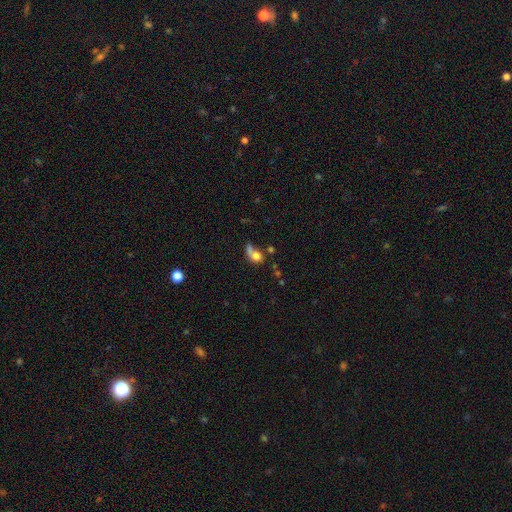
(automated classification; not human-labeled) A smooth galaxy with no disk features (65%) that is in between round and cigar-shaped (59%). Merging: major disturbance (29%).